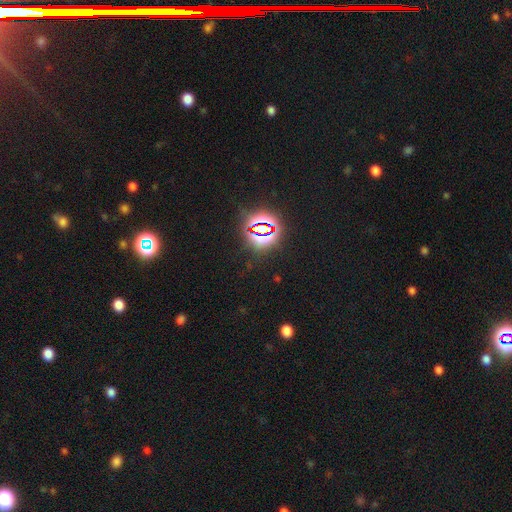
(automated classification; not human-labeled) This appears to be a star or artifact, not a galaxy (81%).